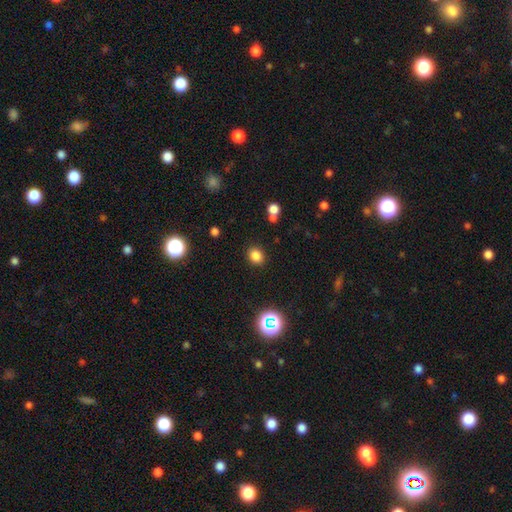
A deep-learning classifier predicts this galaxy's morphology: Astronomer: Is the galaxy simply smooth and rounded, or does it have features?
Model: smooth — 81%.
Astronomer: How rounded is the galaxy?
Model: round — 59% (runner-up: in between, 40%).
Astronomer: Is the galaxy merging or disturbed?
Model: none — 87%.